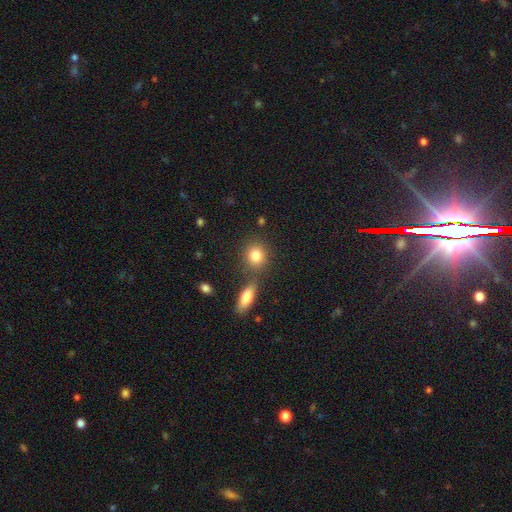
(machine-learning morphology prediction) This appears to be a smooth galaxy with no disk features (82%) that is round (75%). Merging: none (70%).